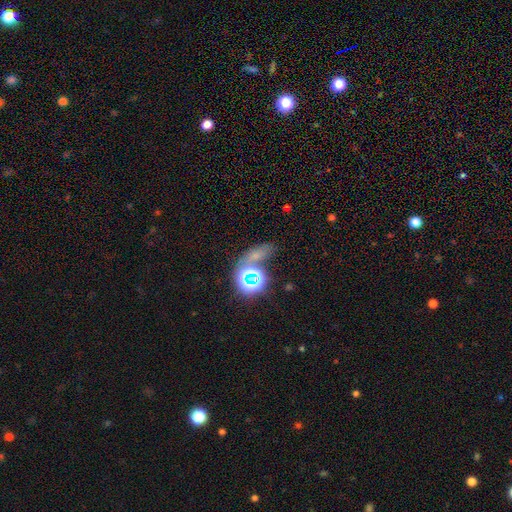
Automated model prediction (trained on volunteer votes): star or artifact 52%, smooth 36%, featured or disk 12%.